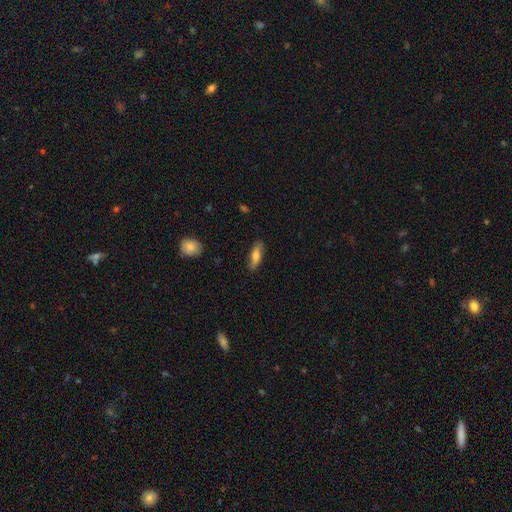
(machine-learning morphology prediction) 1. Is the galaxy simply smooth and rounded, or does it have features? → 69% smooth, 25% featured or disk, 6% star or artifact.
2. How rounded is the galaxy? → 52% in between, 45% cigar-shaped, 3% round.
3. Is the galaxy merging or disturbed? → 83% none, 13% minor disturbance, 2% major disturbance, 1% merger.